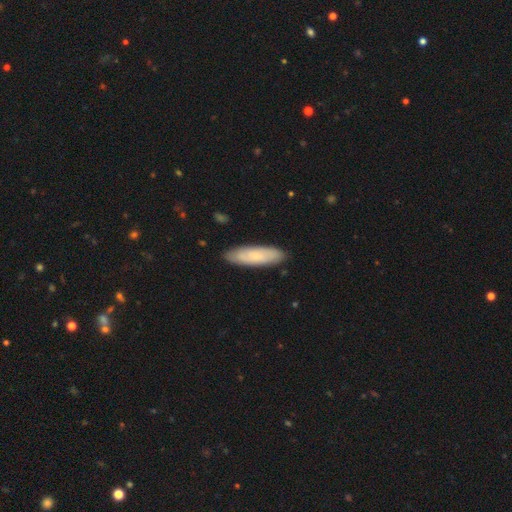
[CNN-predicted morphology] Smooth or featured? smooth (70%)
How rounded? cigar-shaped (61%)
Merging? none (88%)